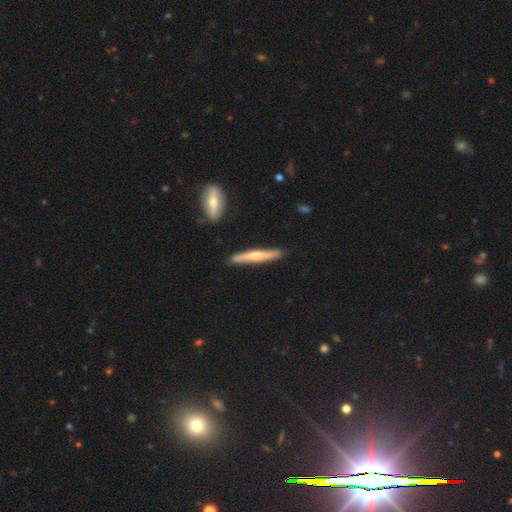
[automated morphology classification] Smooth or featured? Predicted: smooth (p=0.48). Merging? Predicted: none (p=0.87).